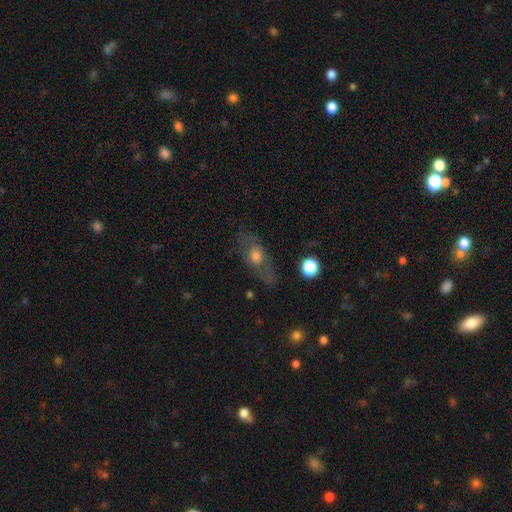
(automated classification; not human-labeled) Morphology: type=smooth (44%); merging=none (74%).